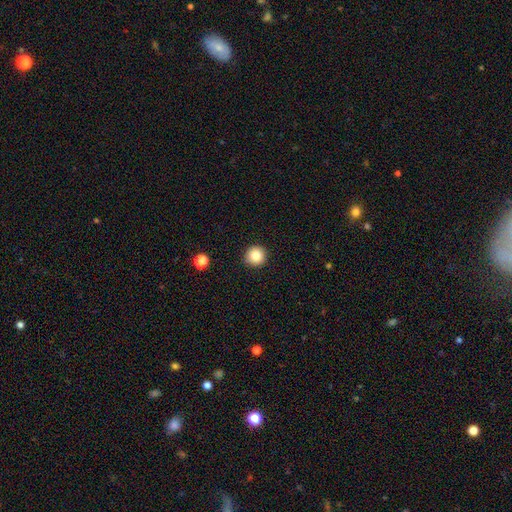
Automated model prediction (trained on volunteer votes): Smooth or featured: smooth — 84% (star or artifact — 10%)
How rounded: round — 94% (in between — 5%)
Merging: none — 90% (minor disturbance — 6%)